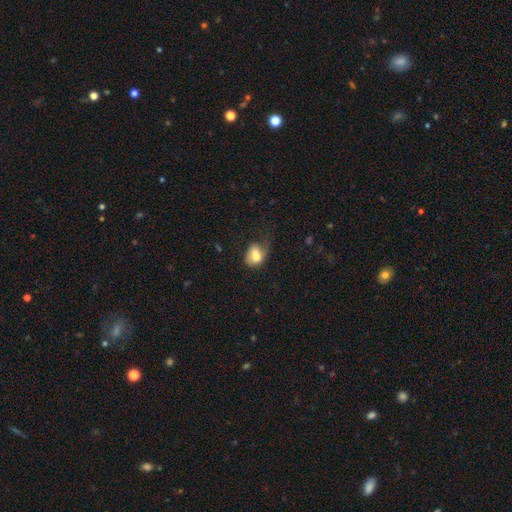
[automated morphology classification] The model was most divided on "merging": none: 32%, minor disturbance: 27%, merger: 22%, major disturbance: 19%. More confident: smooth or featured — smooth (70%); how rounded — in between (65%).